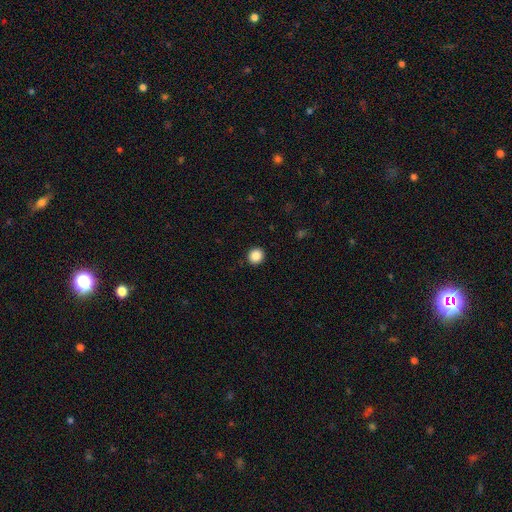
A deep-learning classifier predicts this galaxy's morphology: The model was most divided on "smooth or featured": smooth: 87%, star or artifact: 10%, featured or disk: 3%. More confident: merging — none (92%); how rounded — round (90%).